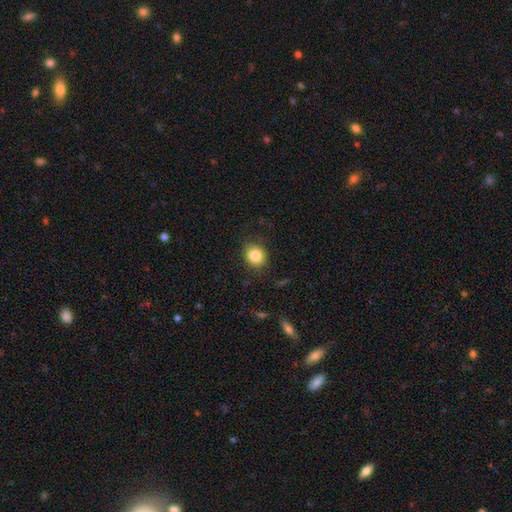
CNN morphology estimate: Smooth or featured?
  - smooth: 84% *
  - star or artifact: 10%
  - featured or disk: 6%
How rounded?
  - round: 69% *
  - in between: 30%
  - cigar-shaped: 1%
Merging?
  - none: 81% *
  - minor disturbance: 14%
  - major disturbance: 4%
  - merger: 1%